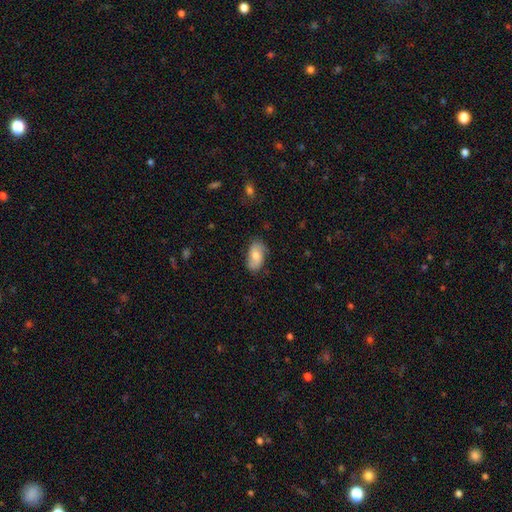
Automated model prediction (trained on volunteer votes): Q: Smooth or featured?
A: smooth (68%); runner-up: featured or disk (25%)
Q: How rounded?
A: in between (93%); runner-up: round (4%)
Q: Merging?
A: none (74%); runner-up: minor disturbance (20%)